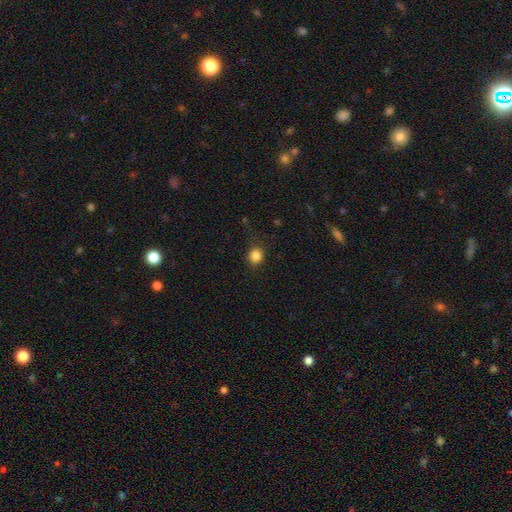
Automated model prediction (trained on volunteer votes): Q: Smooth or featured?
A: smooth (84%); runner-up: star or artifact (11%)
Q: How rounded?
A: round (80%); runner-up: in between (19%)
Q: Merging?
A: none (80%); runner-up: minor disturbance (14%)